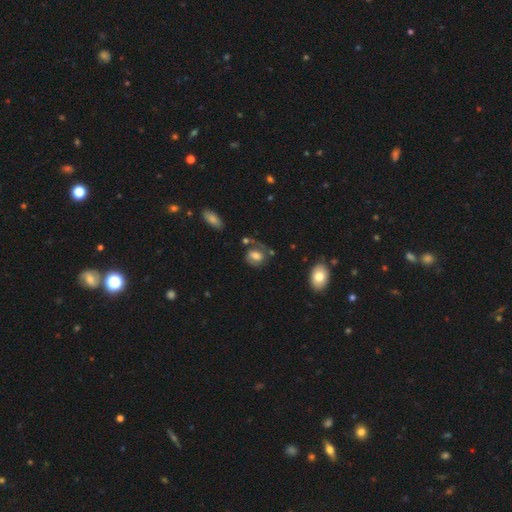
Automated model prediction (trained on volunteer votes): Smooth or featured? Predicted: smooth (p=0.51). How rounded? Predicted: in between (p=0.61). Merging? Predicted: none (p=0.50).